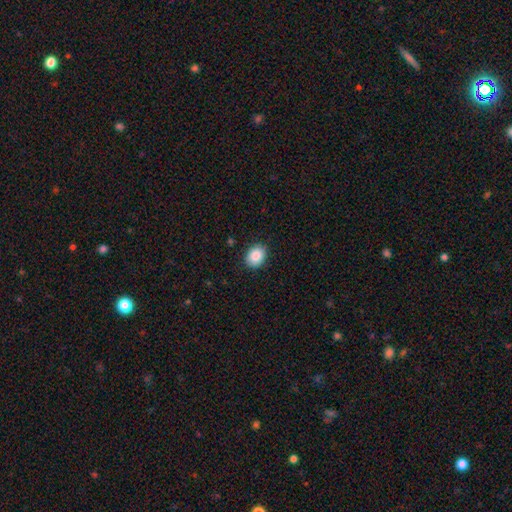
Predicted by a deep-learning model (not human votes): smooth-or-featured: smooth: 88% | star or artifact: 8% | featured or disk: 4%
  how-rounded: round: 54% | in between: 45% | cigar-shaped: 1%
  merging: none: 88% | minor disturbance: 9% | major disturbance: 2% | merger: 1%